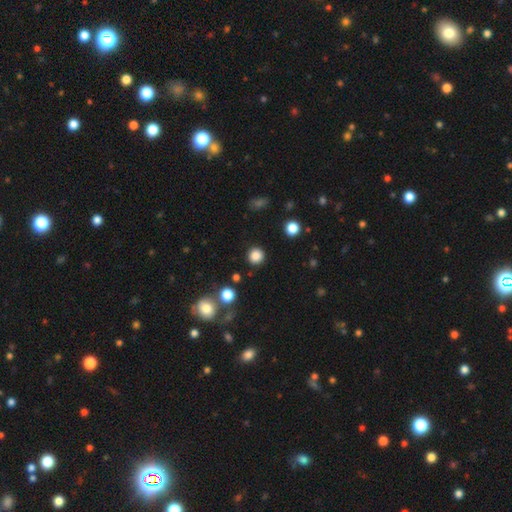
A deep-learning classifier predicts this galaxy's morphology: Overall: smooth (84%). How rounded: round (94%). Merging: none (90%).